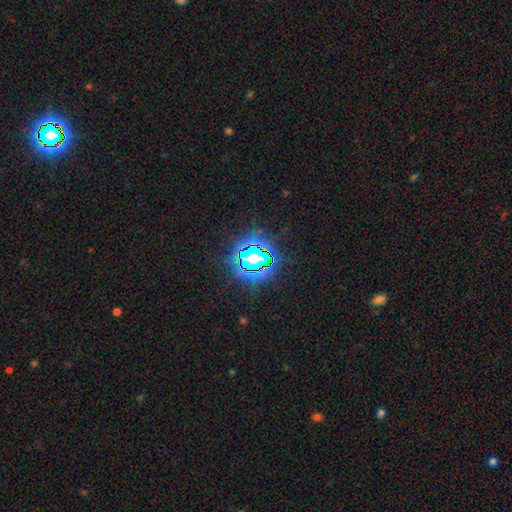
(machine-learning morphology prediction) type=star or artifact (82%).